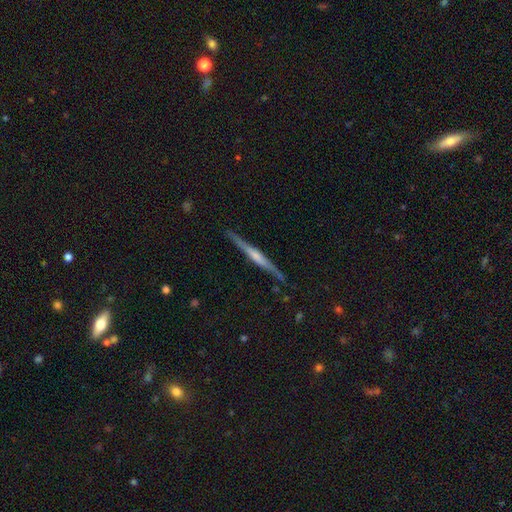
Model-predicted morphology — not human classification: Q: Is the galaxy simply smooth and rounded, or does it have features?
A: featured or disk — 72%.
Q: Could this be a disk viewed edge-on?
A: yes — 98%.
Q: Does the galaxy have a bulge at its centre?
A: rounded — 52%.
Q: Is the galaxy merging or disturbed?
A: none — 87%.